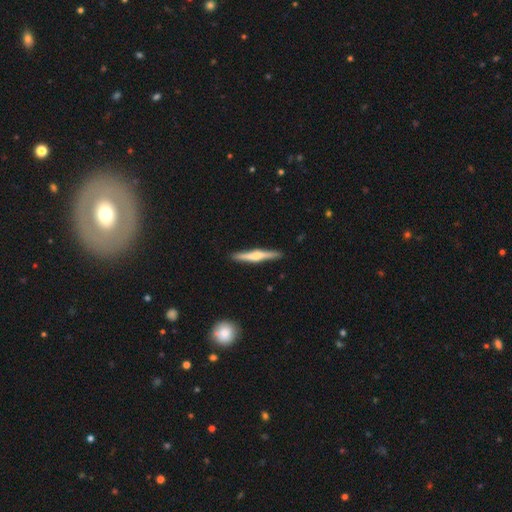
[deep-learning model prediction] Smooth or featured? Predicted: featured or disk (p=0.63). Edge-on disk? Predicted: yes (p=0.98). Edge-on bulge? Predicted: rounded (p=0.76). Merging? Predicted: none (p=0.91).